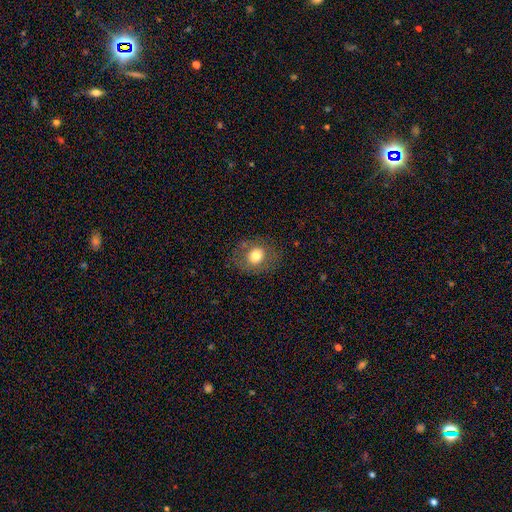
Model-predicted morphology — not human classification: The model was most divided on "how rounded": round: 64%, in between: 35%, cigar-shaped: 1%. More confident: merging — none (77%); smooth or featured — smooth (70%).